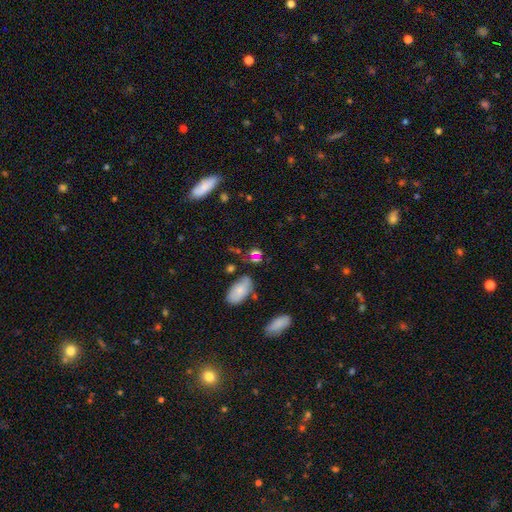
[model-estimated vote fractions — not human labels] smooth_or_featured: smooth (p=0.59) [alt: star or artifact p=0.22]
how_rounded: in between (p=0.61) [alt: round p=0.32]
merging: none (p=0.47) [alt: merger p=0.22]